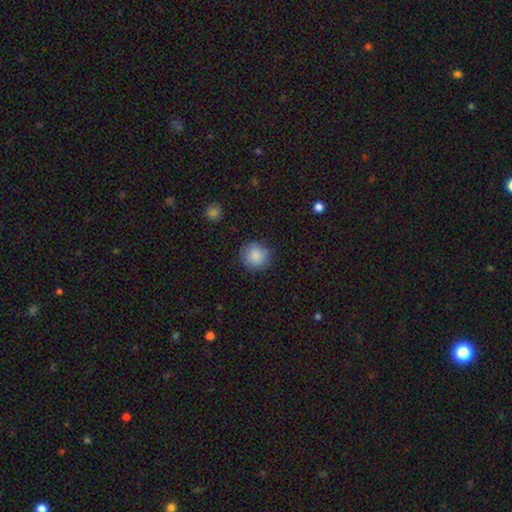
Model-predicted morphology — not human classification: This appears to be a smooth galaxy with no disk features (88%) that is round (93%). Merging: none (87%).